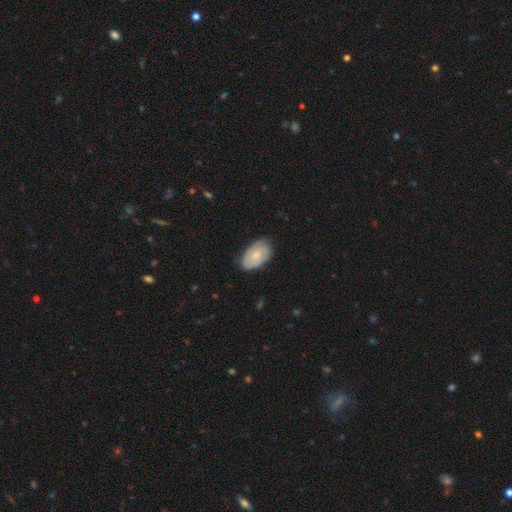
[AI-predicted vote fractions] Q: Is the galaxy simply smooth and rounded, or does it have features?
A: smooth — 54%.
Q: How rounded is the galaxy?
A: in between — 92%.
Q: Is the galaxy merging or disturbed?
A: none — 72%.